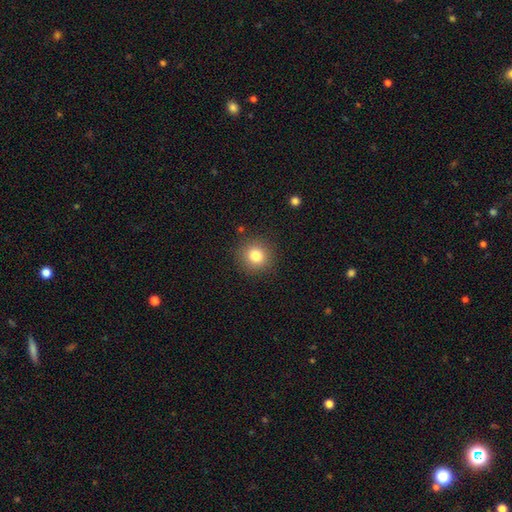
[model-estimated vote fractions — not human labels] Smooth or featured: smooth — 81% (star or artifact — 11%)
How rounded: round — 92% (in between — 8%)
Merging: none — 89% (minor disturbance — 7%)